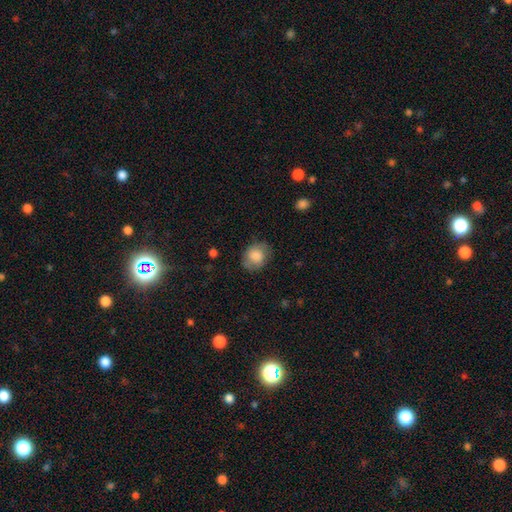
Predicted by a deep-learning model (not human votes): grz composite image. It shows a smooth galaxy with no disk features (79%) that is round (51%). Merging: none (73%).